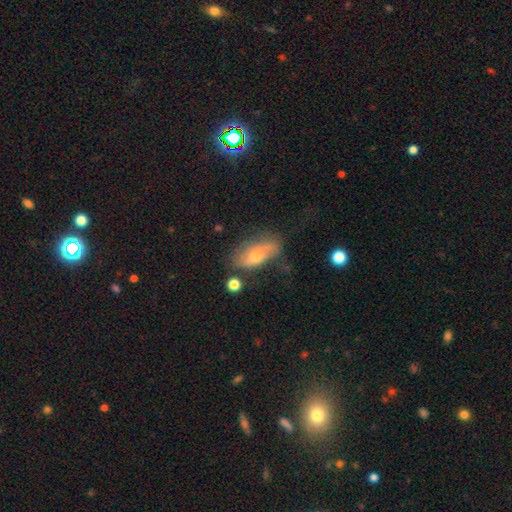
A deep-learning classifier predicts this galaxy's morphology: type=smooth (53%); roundness=in between (82%); merging=none (52%).